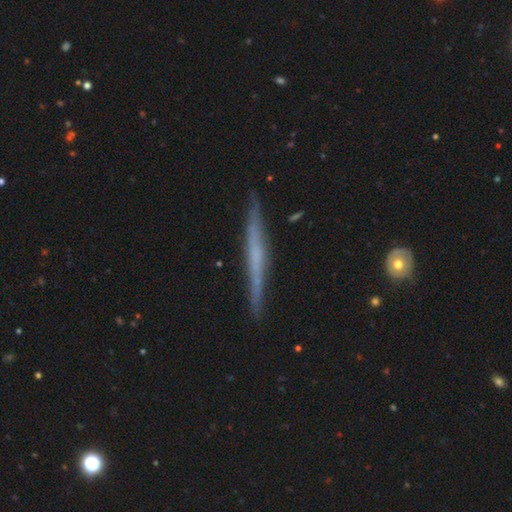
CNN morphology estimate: Smooth or featured? Predicted: featured or disk (p=0.67). Edge-on disk? Predicted: yes (p=0.97). Edge-on bulge? Predicted: none (p=0.74). Merging? Predicted: none (p=0.89).